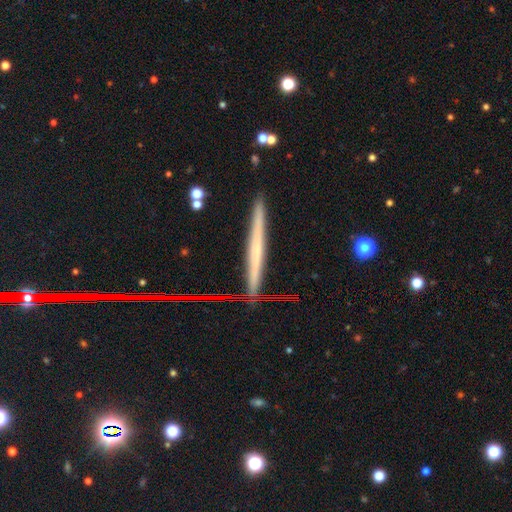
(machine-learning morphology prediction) Smooth or featured? Predicted: featured or disk (p=0.55). Edge-on disk? Predicted: yes (p=0.96). Edge-on bulge? Predicted: none (p=0.81). Merging? Predicted: none (p=0.87).